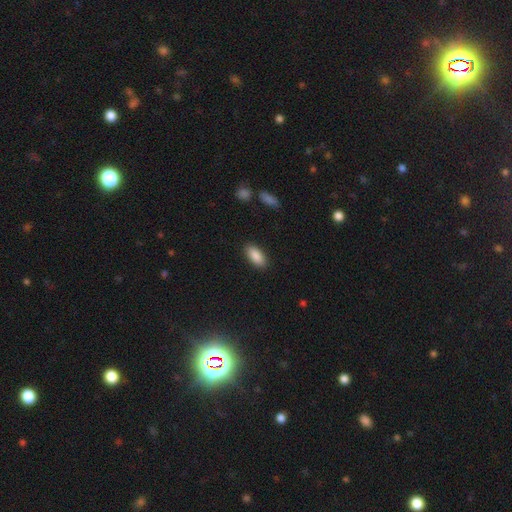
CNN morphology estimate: Smooth or featured? Predicted: smooth (p=0.89). How rounded? Predicted: in between (p=0.86). Merging? Predicted: none (p=0.88).